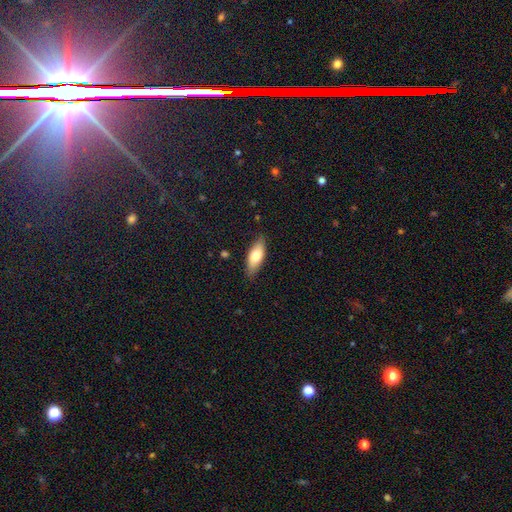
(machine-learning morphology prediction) Overall: smooth (71%). How rounded: in between (76%). Merging: none (80%).